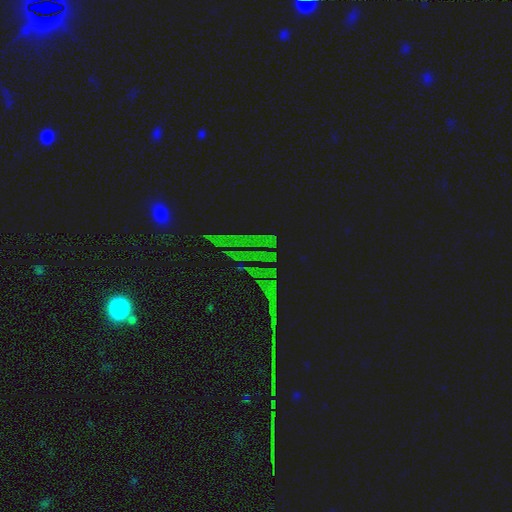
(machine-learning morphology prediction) A star or artifact, not a galaxy (83%).